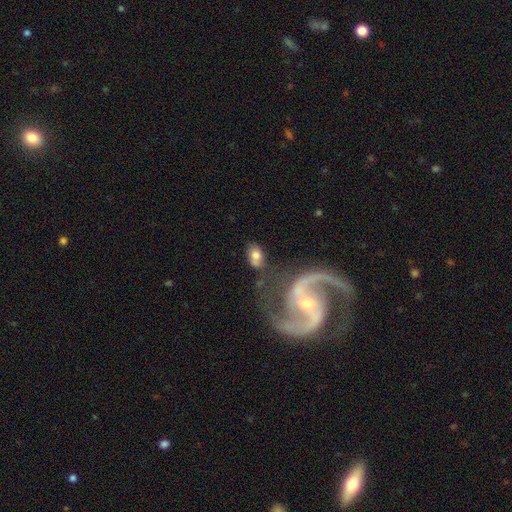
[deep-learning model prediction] Smooth or featured? smooth (62%)
How rounded? in between (82%)
Merging? none (46%)